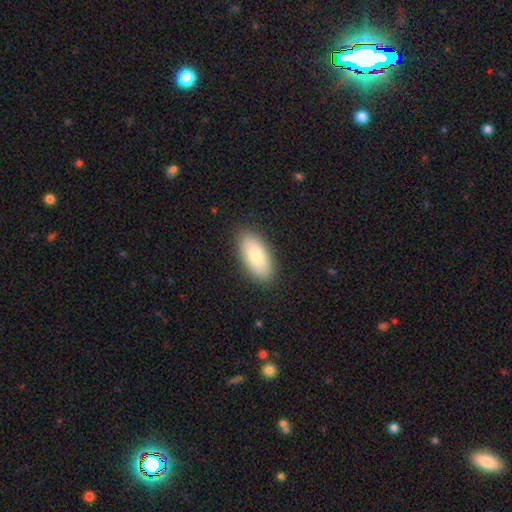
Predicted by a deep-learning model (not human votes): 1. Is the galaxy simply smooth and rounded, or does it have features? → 80% smooth, 14% featured or disk, 6% star or artifact.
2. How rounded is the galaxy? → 92% in between, 5% cigar-shaped, 2% round.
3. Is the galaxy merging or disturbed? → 89% none, 8% minor disturbance, 2% major disturbance, 1% merger.